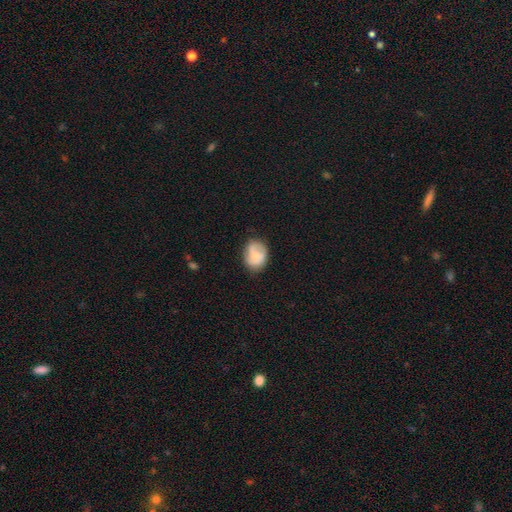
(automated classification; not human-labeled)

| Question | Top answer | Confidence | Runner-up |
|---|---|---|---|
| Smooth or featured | smooth | 50% | featured or disk (43%) |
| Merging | none | 70% | minor disturbance (22%) |